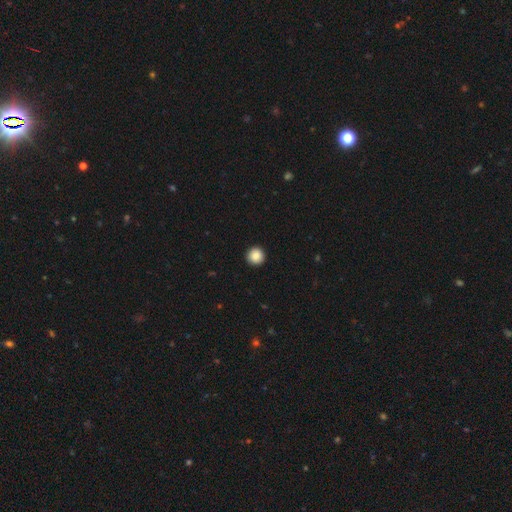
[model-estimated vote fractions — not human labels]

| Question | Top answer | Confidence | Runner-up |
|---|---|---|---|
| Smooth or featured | smooth | 88% | star or artifact (9%) |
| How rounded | round | 96% | in between (3%) |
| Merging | none | 93% | minor disturbance (4%) |